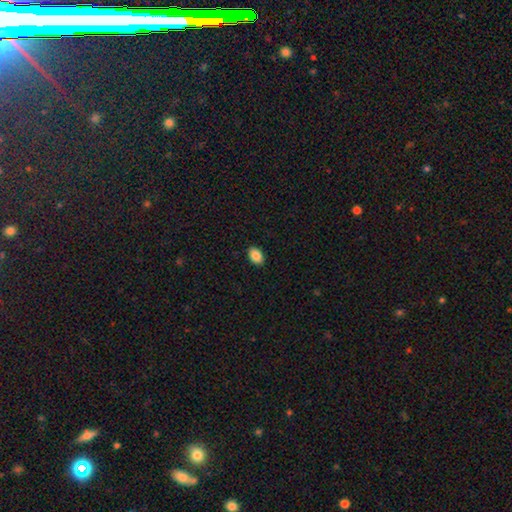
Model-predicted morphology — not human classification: Smooth or featured? Predicted: smooth (p=0.88). How rounded? Predicted: in between (p=0.86). Merging? Predicted: none (p=0.90).